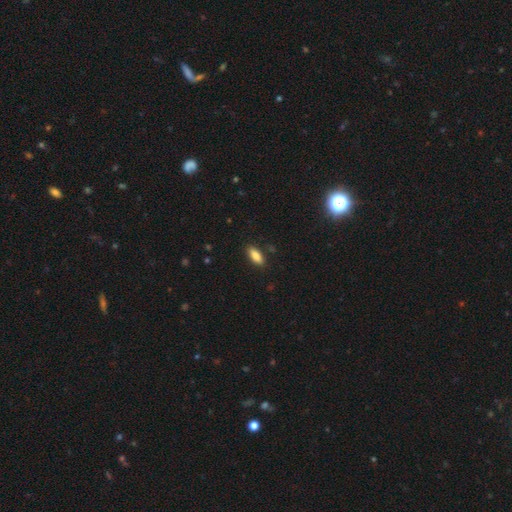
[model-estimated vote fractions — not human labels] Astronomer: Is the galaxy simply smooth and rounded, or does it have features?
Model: smooth — 86%.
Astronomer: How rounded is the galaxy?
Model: in between — 78%.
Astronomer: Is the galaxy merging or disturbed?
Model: none — 87%.